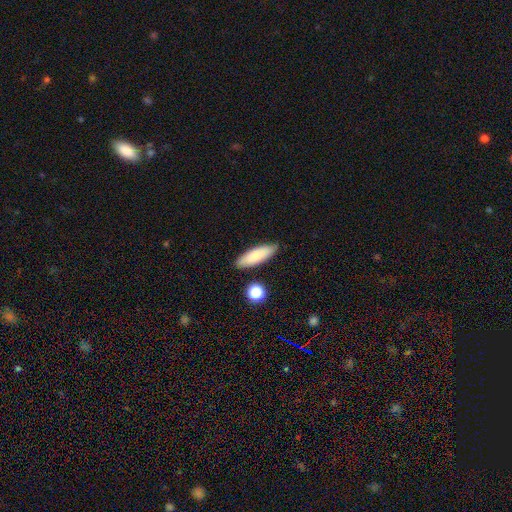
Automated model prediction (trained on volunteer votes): The model was most divided on "how rounded": in between: 56%, cigar-shaped: 42%, round: 2%. More confident: merging — none (83%); smooth or featured — smooth (80%).